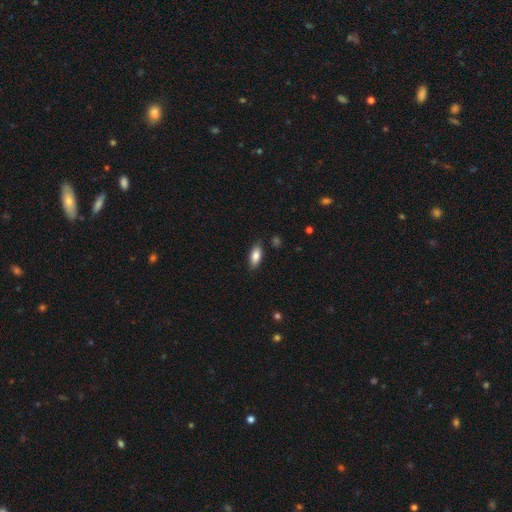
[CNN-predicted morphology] type=smooth (83%); roundness=in between (85%); merging=none (84%).